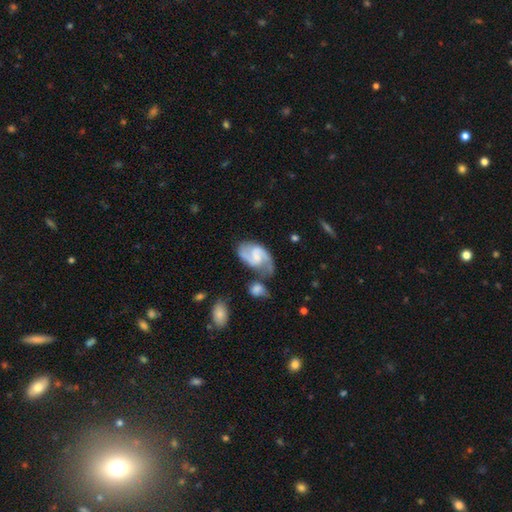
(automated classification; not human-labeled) A featured or disk galaxy (84%) with a weak bar (53%), 2 (90%) medium (54%) spiral arms (96%) and a small central bulge (46%). Merging: none (56%).